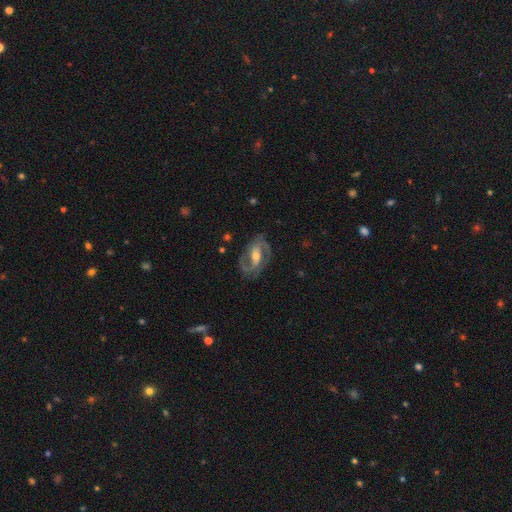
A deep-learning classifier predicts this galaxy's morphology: Smooth or featured: featured or disk — 87% (smooth — 8%)
Edge-on disk: no — 96% (yes — 4%)
Bar: weak — 42% (strong — 34%)
Spiral arms: yes — 95% (no — 5%)
Spiral winding: medium — 52% (tight — 31%)
Spiral arm count: 2 — 81% (3 — 8%)
Bulge size: moderate — 68% (small — 24%)
Merging: none — 78% (minor disturbance — 15%)